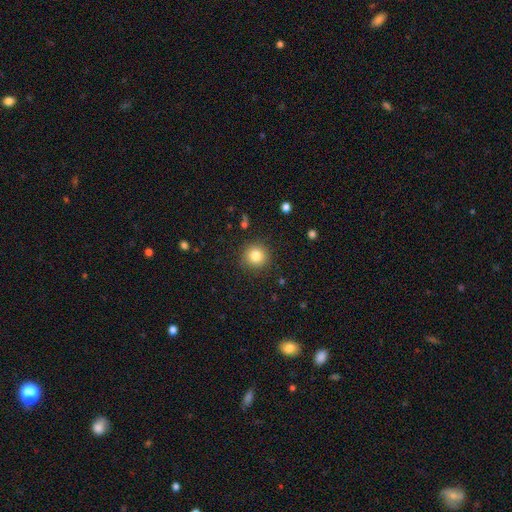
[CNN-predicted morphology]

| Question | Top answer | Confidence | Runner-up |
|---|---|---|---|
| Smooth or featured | smooth | 82% | star or artifact (11%) |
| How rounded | round | 93% | in between (6%) |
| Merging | none | 89% | minor disturbance (7%) |